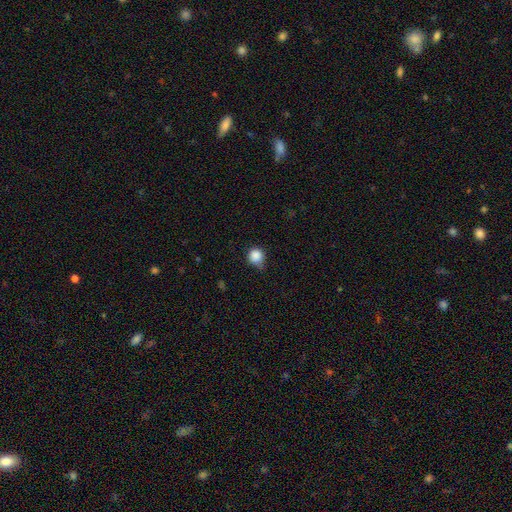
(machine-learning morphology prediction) The model was most divided on "merging": none: 58%, minor disturbance: 32%, major disturbance: 7%, merger: 3%. More confident: how rounded — round (89%); smooth or featured — smooth (86%).